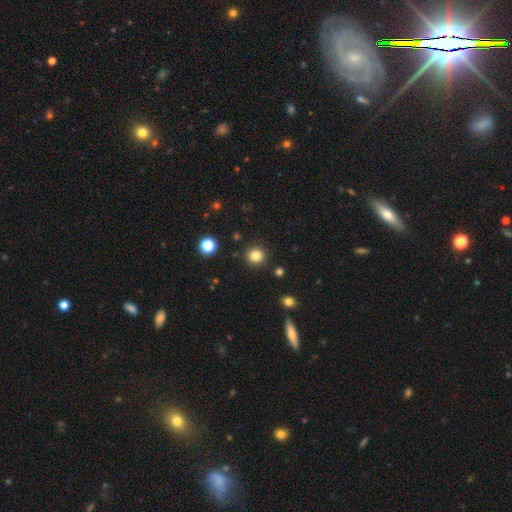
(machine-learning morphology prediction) Smooth or featured? smooth (84%)
How rounded? round (93%)
Merging? none (90%)